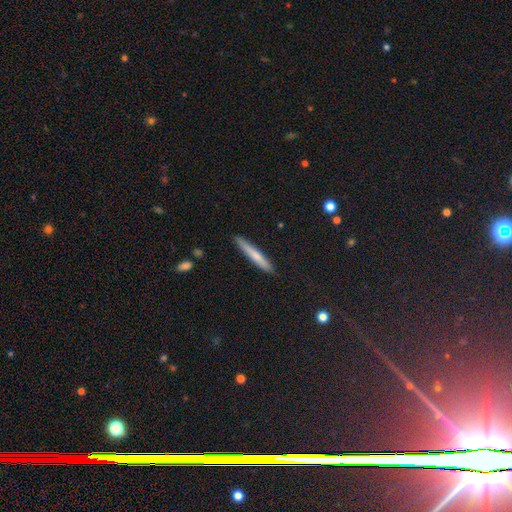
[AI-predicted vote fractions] Morphology: type=smooth (65%); roundness=cigar-shaped (95%); merging=none (88%).